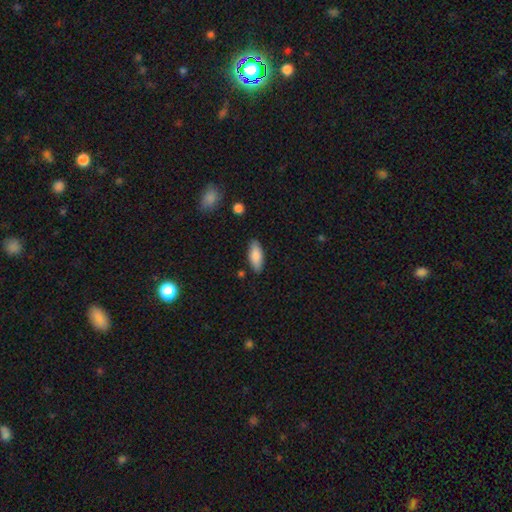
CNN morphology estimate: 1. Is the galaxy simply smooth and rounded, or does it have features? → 85% smooth, 9% featured or disk, 6% star or artifact.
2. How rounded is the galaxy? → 79% in between, 19% cigar-shaped, 2% round.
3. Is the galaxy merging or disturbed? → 84% none, 11% minor disturbance, 2% major disturbance, 2% merger.